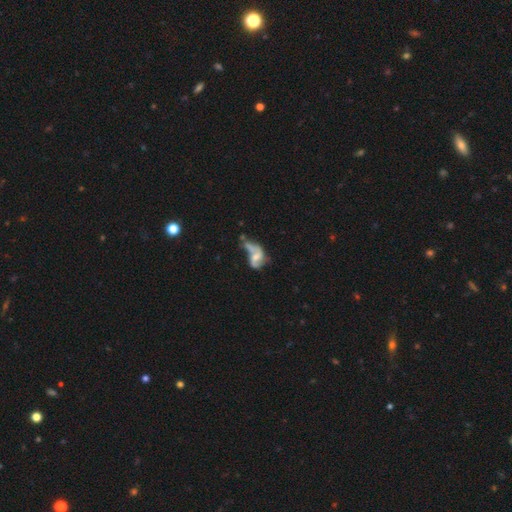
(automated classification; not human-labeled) featured or disk 60%, smooth 30%, star or artifact 10%. Down the decision tree: edge-on disk — no (96%); bar — no (62%); spiral arms — yes (57%); bulge size — moderate (37%); merging — major disturbance (33%).